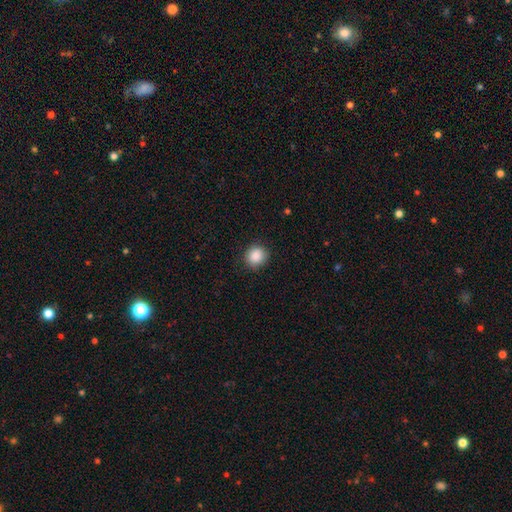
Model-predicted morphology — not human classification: This appears to be a smooth galaxy with no disk features (88%) that is round (85%). Merging: none (87%).